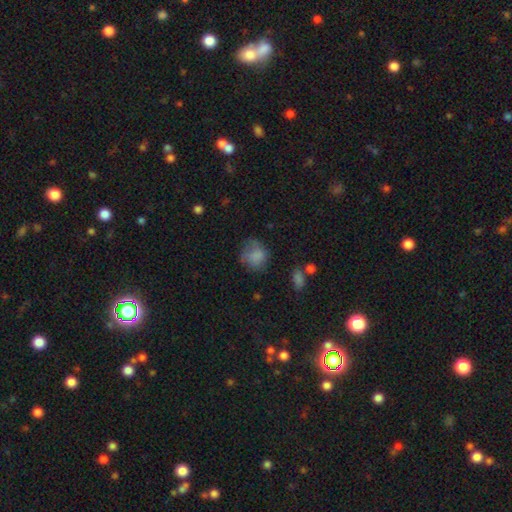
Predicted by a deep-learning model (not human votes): A smooth galaxy with no disk features (78%) that is round (73%).

Vote fractions:
- Smooth or featured? smooth: 78% / featured or disk: 12% / star or artifact: 10%
- How rounded? round: 73% / in between: 26% / cigar-shaped: 1%
- Merging? none: 55% / minor disturbance: 27% / major disturbance: 15% / merger: 3%